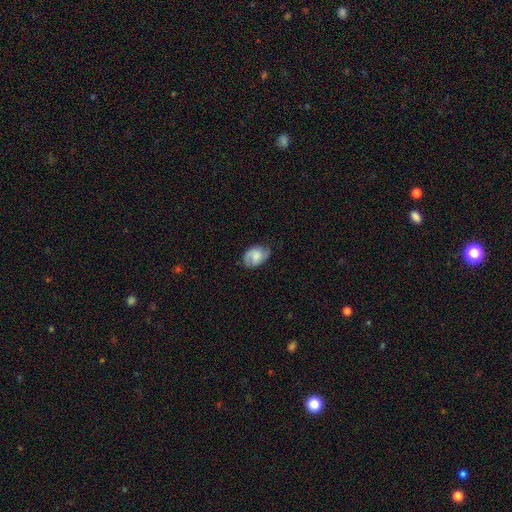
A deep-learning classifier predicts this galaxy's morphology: This appears to be a featured or disk galaxy (50%). Merging: none (70%).